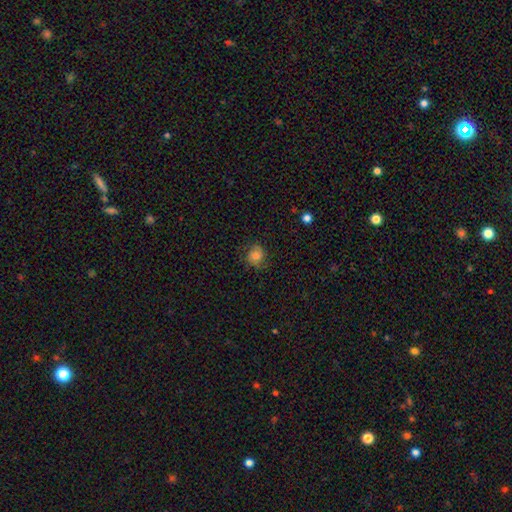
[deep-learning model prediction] This is likely a smooth galaxy (64%). How rounded: likely round (76%). Merging: likely none (70%).